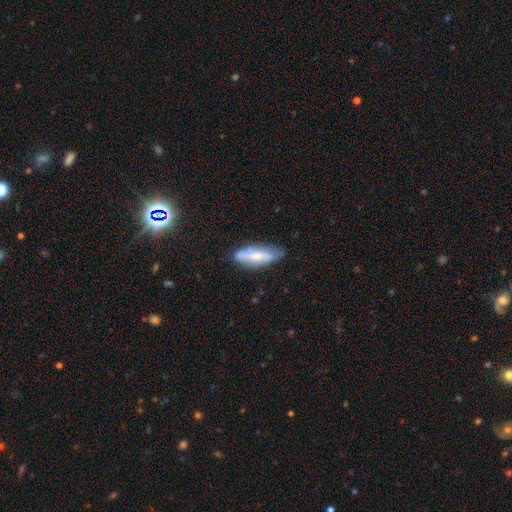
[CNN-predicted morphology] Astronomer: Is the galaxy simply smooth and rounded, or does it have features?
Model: smooth — 60%.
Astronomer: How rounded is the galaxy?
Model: in between — 54% (runner-up: cigar-shaped, 44%).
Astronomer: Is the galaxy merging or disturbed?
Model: none — 64%.